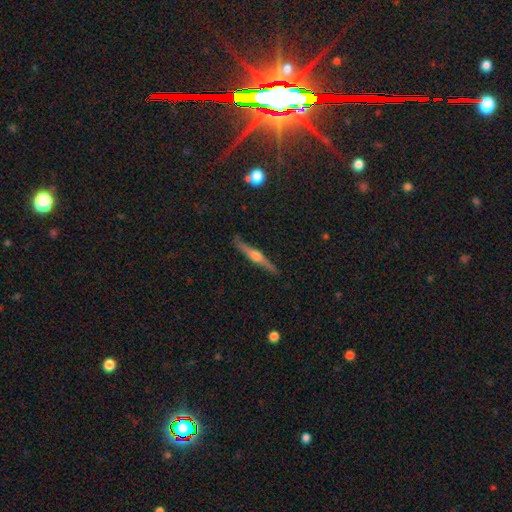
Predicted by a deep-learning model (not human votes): Smooth or featured: featured or disk — 77% (smooth — 17%)
Edge-on disk: yes — 98% (no — 2%)
Edge-on bulge: rounded — 89% (boxy — 7%)
Merging: none — 90% (minor disturbance — 7%)